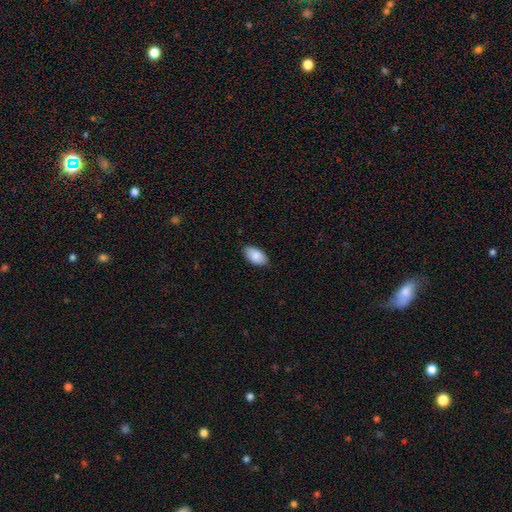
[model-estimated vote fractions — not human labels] This is clearly a smooth galaxy (88%). How rounded: clearly in between (95%). Merging: clearly none (86%).